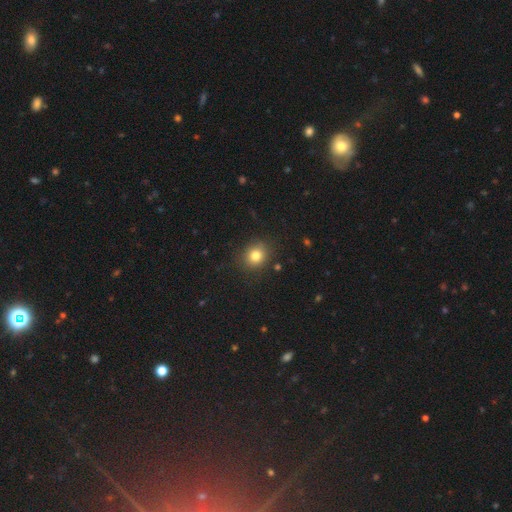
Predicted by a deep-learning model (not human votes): A smooth galaxy with no disk features (80%) that is round (80%). Merging: none (86%).